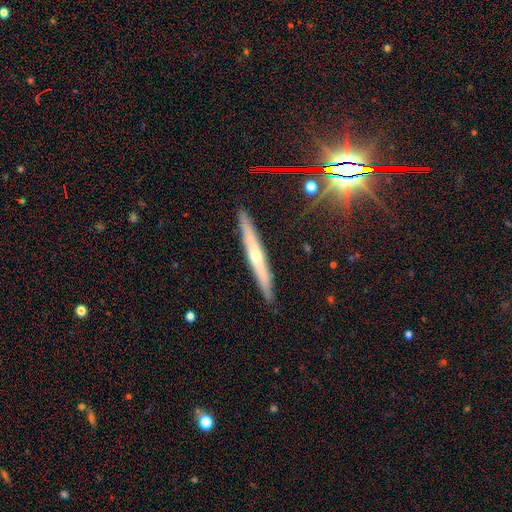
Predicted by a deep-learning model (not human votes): Overall: featured or disk (61%; smooth 29%). Edge-on disk: yes (96%). Edge-on bulge: rounded (72%). Merging: none (90%).